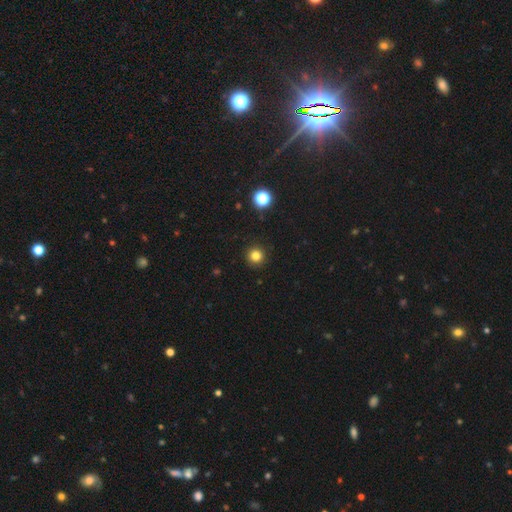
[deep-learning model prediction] Overall: smooth (82%). How rounded: round (96%). Merging: none (93%).